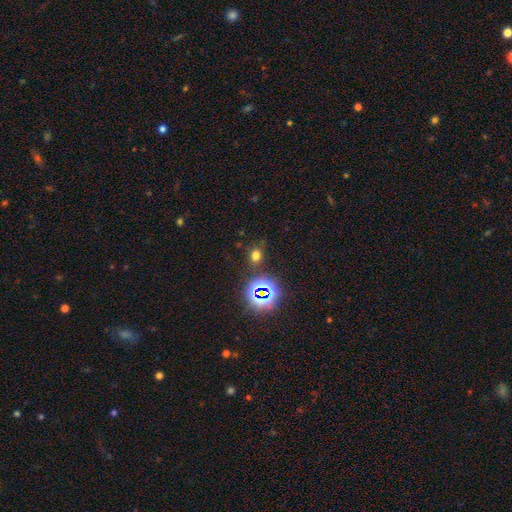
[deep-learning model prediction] Morphology: type=smooth (62%); roundness=round (59%); merging=none (81%).